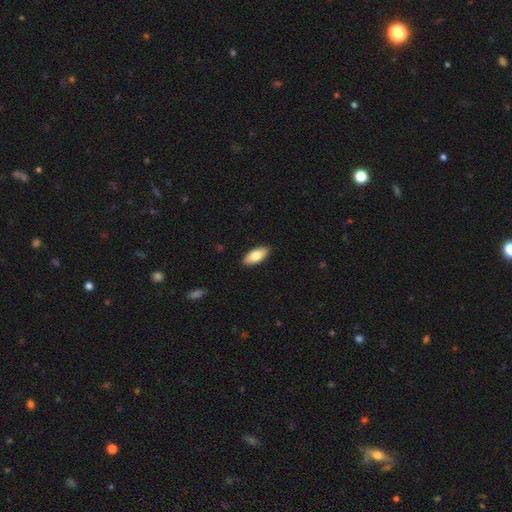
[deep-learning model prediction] This appears to be a smooth galaxy with no disk features (78%) that is in between round and cigar-shaped (87%). Merging: none (90%).